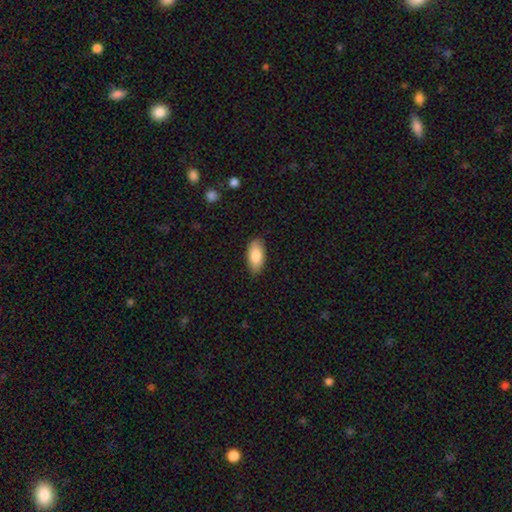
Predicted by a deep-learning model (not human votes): Morphology: type=smooth (86%); roundness=in between (90%); merging=none (86%).